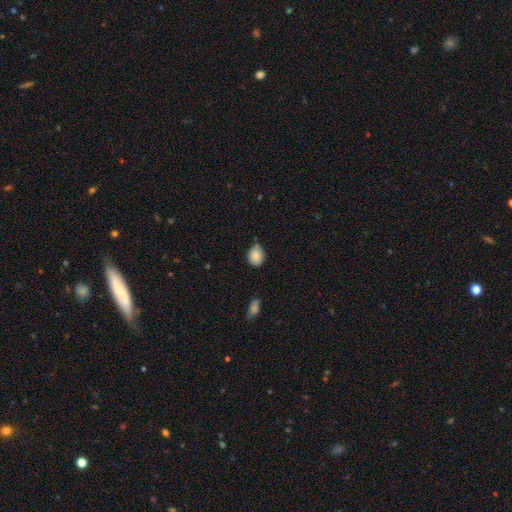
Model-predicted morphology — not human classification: A smooth galaxy with no disk features (86%) that is in between round and cigar-shaped (53%).

Vote fractions:
- Smooth or featured? smooth: 86% / star or artifact: 8% / featured or disk: 6%
- How rounded? in between: 53% / round: 46% / cigar-shaped: 1%
- Merging? none: 62% / minor disturbance: 30% / major disturbance: 4% / merger: 4%